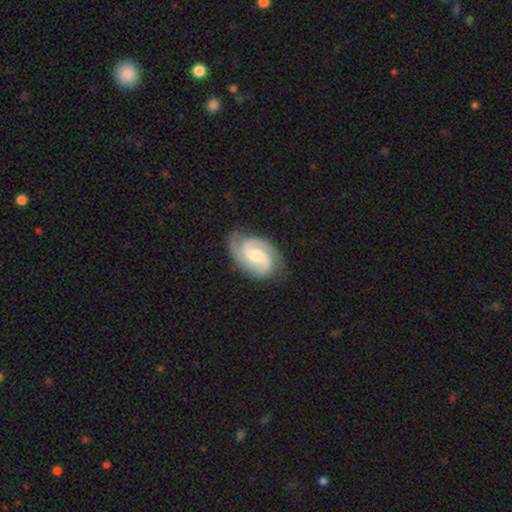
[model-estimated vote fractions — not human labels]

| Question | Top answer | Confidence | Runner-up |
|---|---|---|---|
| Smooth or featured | featured or disk | 91% | smooth (5%) |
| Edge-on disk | no | 98% | yes (2%) |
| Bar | weak | 48% | no (38%) |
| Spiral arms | yes | 98% | no (2%) |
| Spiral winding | medium | 51% | tight (39%) |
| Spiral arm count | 2 | 68% | 3 (22%) |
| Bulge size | moderate | 65% | small (25%) |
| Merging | none | 79% | minor disturbance (16%) |